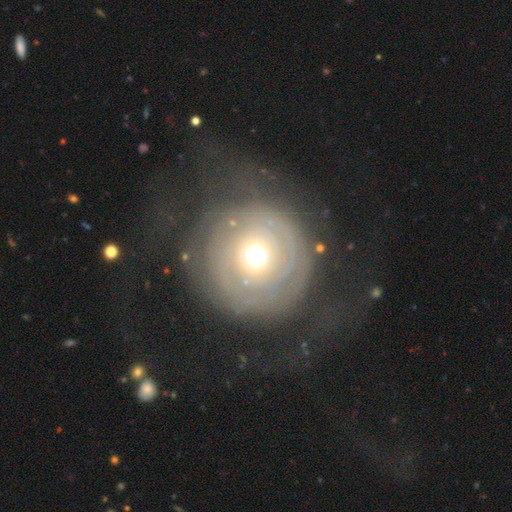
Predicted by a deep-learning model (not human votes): Smooth or featured? featured or disk (65%)
Edge-on disk? no (96%)
Bar? no (86%)
Spiral arms? yes (59%)
Bulge size? moderate (63%)
Merging? none (59%)